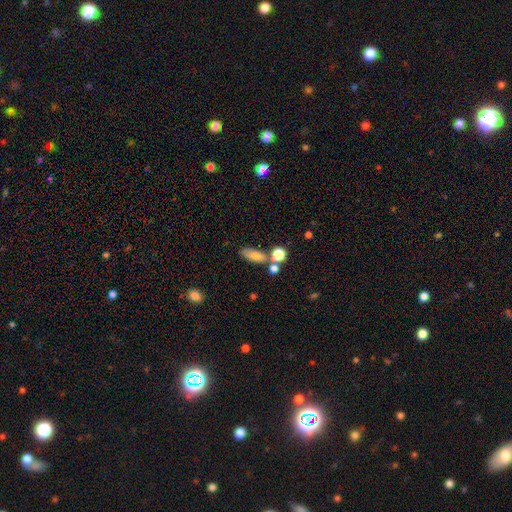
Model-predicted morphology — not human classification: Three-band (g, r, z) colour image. It shows a smooth galaxy with no disk features (71%) that is in between round and cigar-shaped (77%). Merging: none (62%).